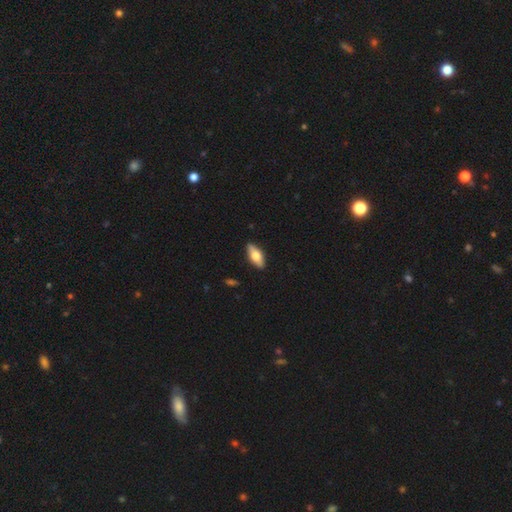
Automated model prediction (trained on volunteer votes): This is likely a smooth galaxy (60%). How rounded: likely in between (79%). Merging: clearly none (88%).